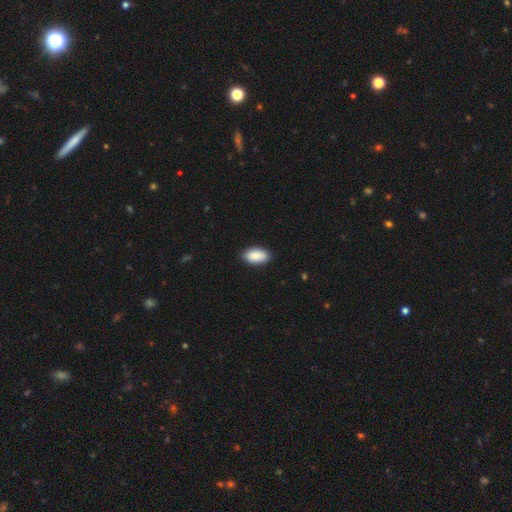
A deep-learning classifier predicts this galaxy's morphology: smooth 89%, star or artifact 6%, featured or disk 4%. Down the decision tree: how rounded — in between (94%); merging — none (87%).